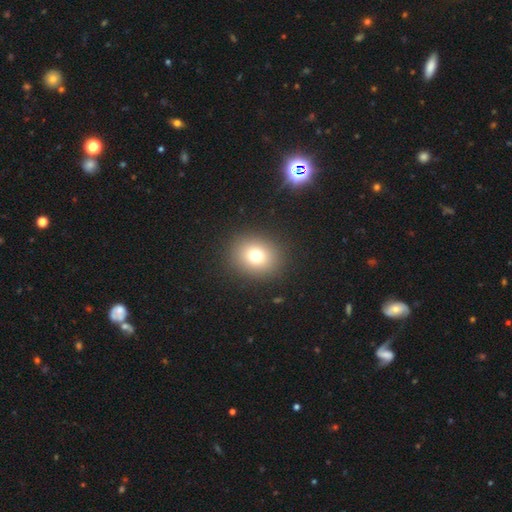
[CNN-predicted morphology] This is likely a smooth galaxy (75%). How rounded: likely round (69%). Merging: clearly none (90%).